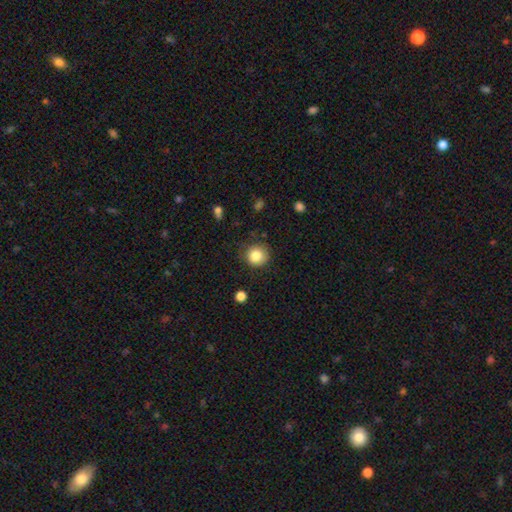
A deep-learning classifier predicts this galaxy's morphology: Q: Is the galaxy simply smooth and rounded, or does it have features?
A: smooth — 83%.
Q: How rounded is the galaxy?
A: round — 92%.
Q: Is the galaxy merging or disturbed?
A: none — 82%.